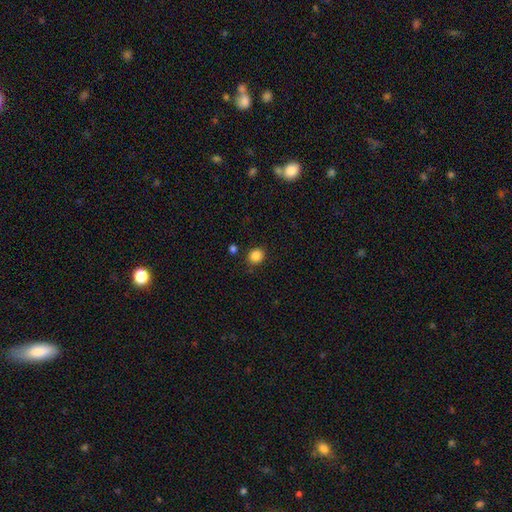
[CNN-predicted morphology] smooth_or_featured: smooth (p=0.86) [alt: star or artifact p=0.11]
how_rounded: round (p=0.79) [alt: in between p=0.20]
merging: none (p=0.84) [alt: minor disturbance p=0.10]